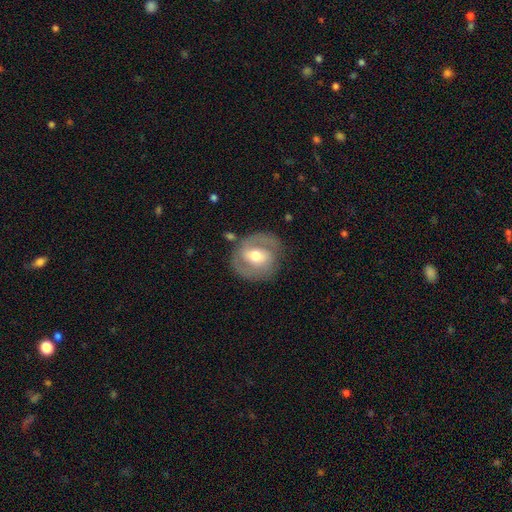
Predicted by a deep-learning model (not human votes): smooth-or-featured: featured or disk: 71% | smooth: 24% | star or artifact: 6%
  disk-edge-on: no: 96% | yes: 4%
    bar: weak: 44% | no: 28% | strong: 27%
    has-spiral-arms: yes: 78% | no: 22%
      spiral-winding: medium: 44% | tight: 40% | loose: 16%
      spiral-arm-count: 2: 80% | can't tell: 10% | 1: 6% | 3: 2% | 4: 1% | more than 4: 1%
    bulge-size: moderate: 73% | small: 16% | large: 9% | dominant: 1% | none: 1%
  merging: none: 77% | minor disturbance: 14% | major disturbance: 6% | merger: 2%